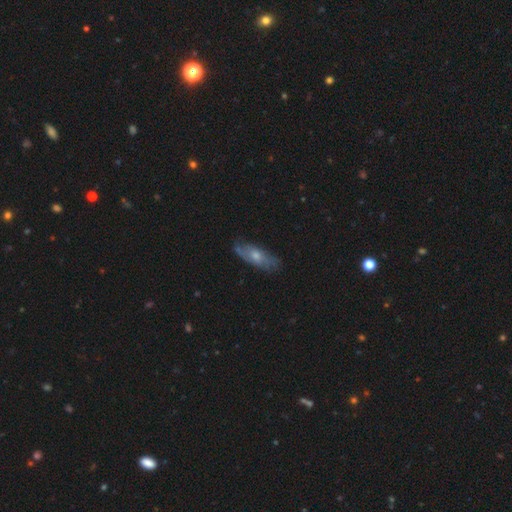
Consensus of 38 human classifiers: Smooth or featured? 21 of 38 (55%) said featured or disk. Edge-on disk? 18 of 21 (86%) said no. Bar? 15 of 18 (83%) said no. Spiral arms? 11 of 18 (61%) said yes. Spiral winding? 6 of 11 (55%) said medium. Spiral arm count? 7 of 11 (64%) said can't tell. Bulge size? 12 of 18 (67%) said moderate. Merging? 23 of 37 (62%) said none.